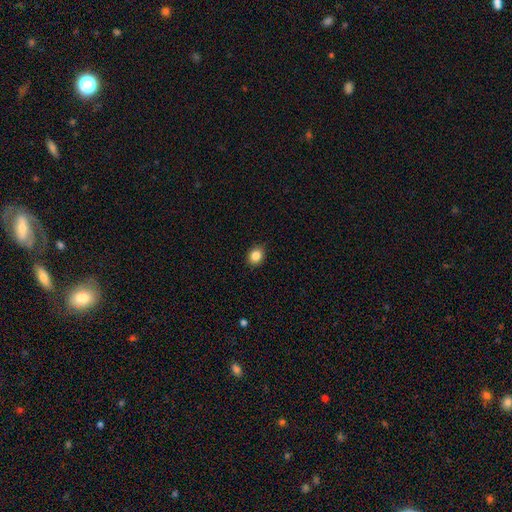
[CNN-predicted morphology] smooth_or_featured: smooth (p=0.86) [alt: star or artifact p=0.10]
how_rounded: round (p=0.55) [alt: in between p=0.44]
merging: none (p=0.89) [alt: minor disturbance p=0.08]